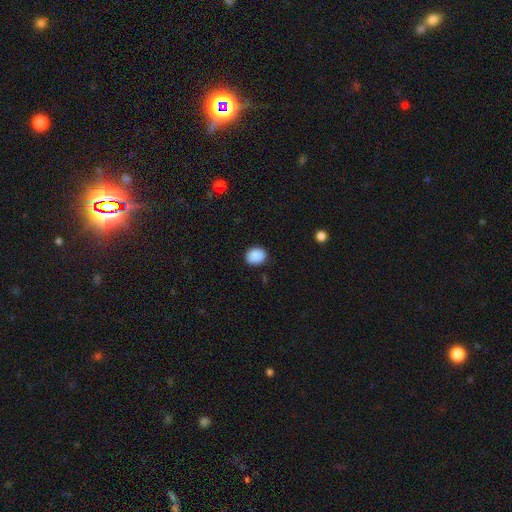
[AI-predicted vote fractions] A smooth galaxy with no disk features (88%) that is round (60%).

Vote fractions:
- Smooth or featured? smooth: 88% / star or artifact: 8% / featured or disk: 4%
- How rounded? round: 60% / in between: 39% / cigar-shaped: 1%
- Merging? none: 87% / minor disturbance: 10% / major disturbance: 2% / merger: 1%